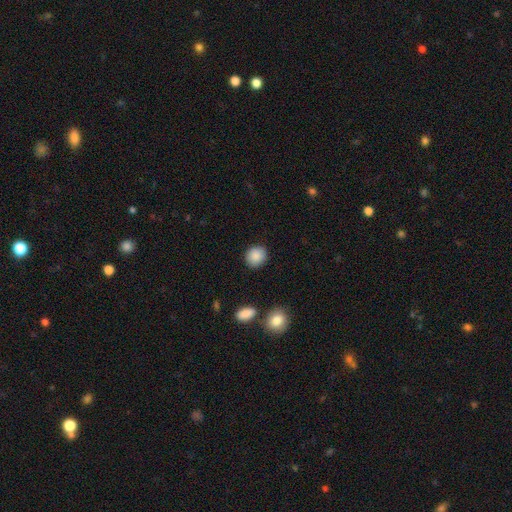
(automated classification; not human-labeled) smooth-or-featured: smooth: 89% | star or artifact: 7% | featured or disk: 4%
  how-rounded: round: 78% | in between: 21% | cigar-shaped: 1%
  merging: none: 89% | minor disturbance: 7% | major disturbance: 2% | merger: 2%